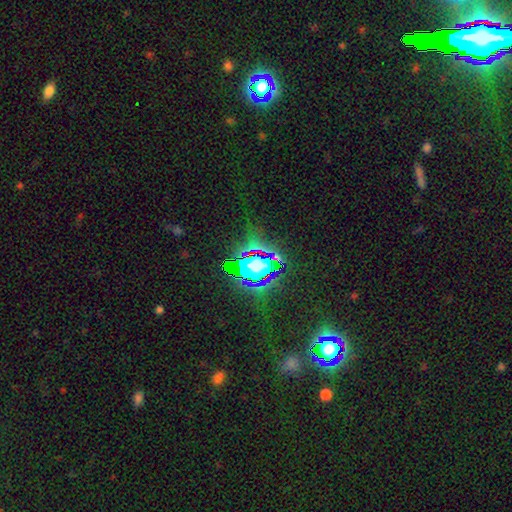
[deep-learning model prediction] This is clearly a star or artifact rather than a galaxy (81%).